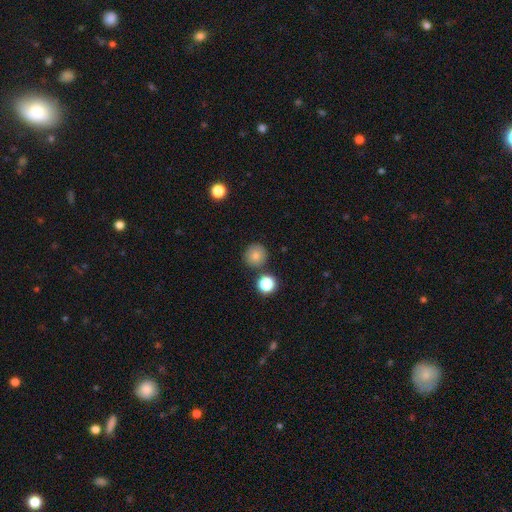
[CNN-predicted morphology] Smooth or featured? Predicted: smooth (p=0.80). How rounded? Predicted: round (p=0.93). Merging? Predicted: none (p=0.82).